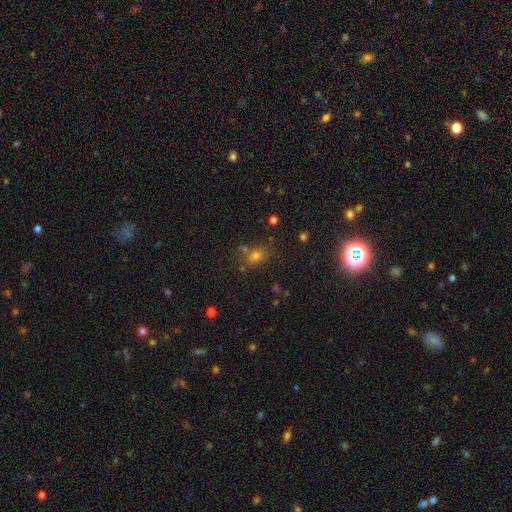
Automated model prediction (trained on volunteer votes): Smooth or featured: smooth — 59% (star or artifact — 31%)
How rounded: round — 58% (in between — 40%)
Merging: none — 65% (merger — 17%)